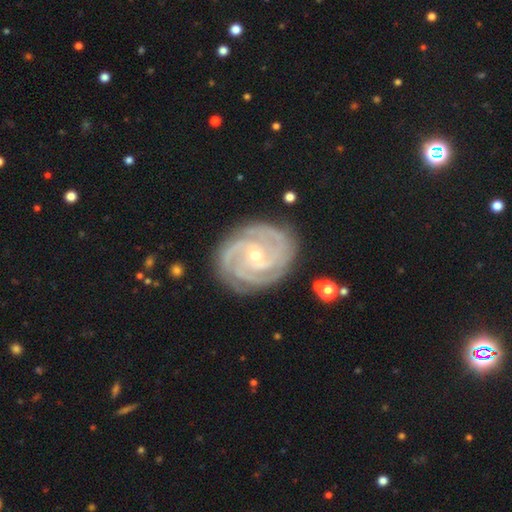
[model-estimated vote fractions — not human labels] smooth-or-featured: featured or disk: 92% | star or artifact: 5% | smooth: 4%
  disk-edge-on: no: 98% | yes: 2%
    bar: no: 51% | weak: 36% | strong: 13%
    has-spiral-arms: yes: 99% | no: 1%
      spiral-winding: tight: 71% | medium: 26% | loose: 3%
      spiral-arm-count: 3: 40% | 4: 24% | 2: 14% | can't tell: 10% | more than 4: 6% | 1: 6%
    bulge-size: small: 66% | moderate: 32% | large: 1% | none: 1% | dominant: 1%
  merging: none: 82% | minor disturbance: 13% | major disturbance: 3% | merger: 1%